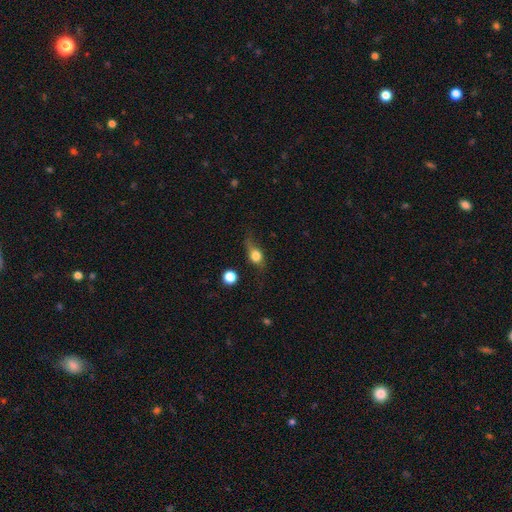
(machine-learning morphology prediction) This is likely a smooth galaxy (60%). How rounded: possibly in between (46%). Merging: possibly none (53%).